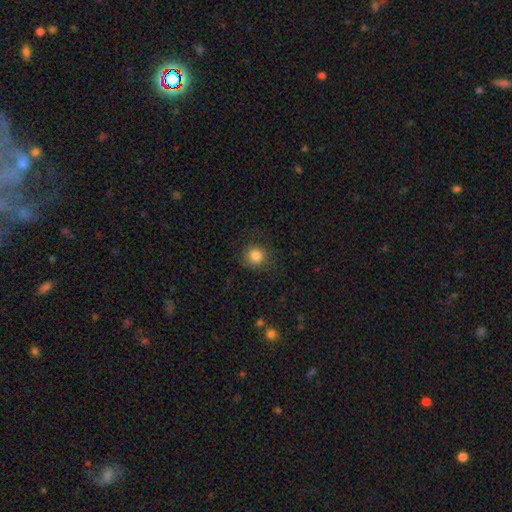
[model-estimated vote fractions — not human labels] Morphology: type=smooth (84%); roundness=round (90%); merging=none (83%).